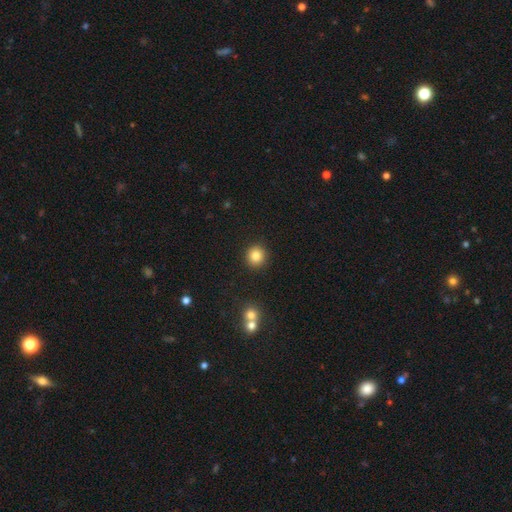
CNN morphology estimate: Overall: smooth (84%). How rounded: round (92%). Merging: none (90%).